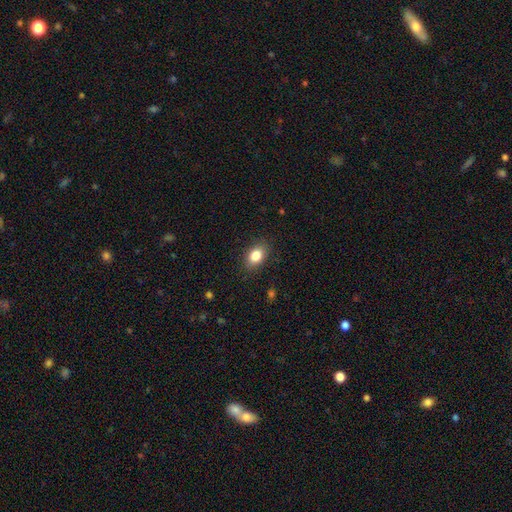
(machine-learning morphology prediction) This appears to be a smooth galaxy with no disk features (83%) that is in between round and cigar-shaped (78%). Merging: none (86%).